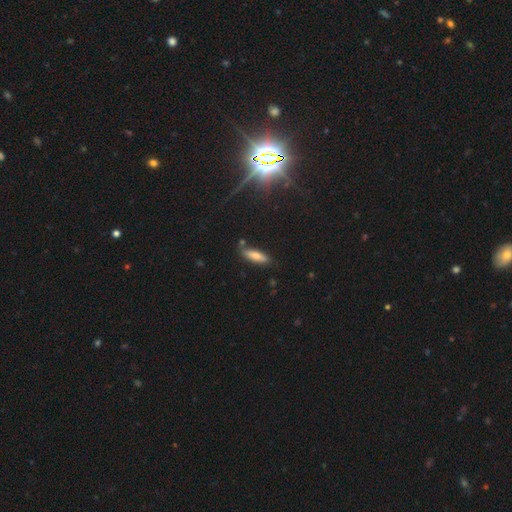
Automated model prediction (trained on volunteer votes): smooth_or_featured: smooth (p=0.74) [alt: featured or disk p=0.18]
how_rounded: cigar-shaped (p=0.58) [alt: in between p=0.40]
merging: none (p=0.77) [alt: minor disturbance p=0.16]